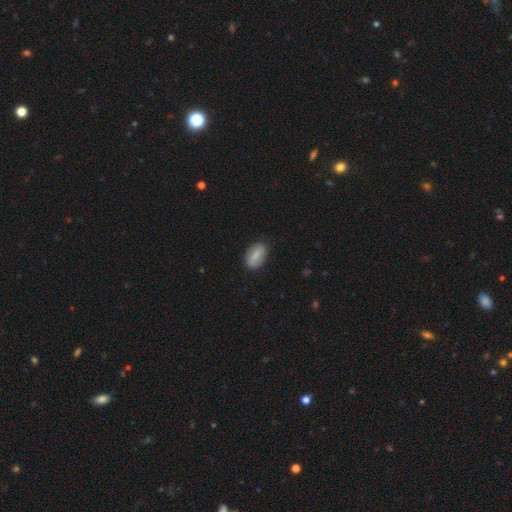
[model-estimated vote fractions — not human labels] smooth_or_featured: smooth (p=0.70) [alt: featured or disk p=0.23]
how_rounded: in between (p=0.90) [alt: round p=0.08]
merging: none (p=0.82) [alt: minor disturbance p=0.14]